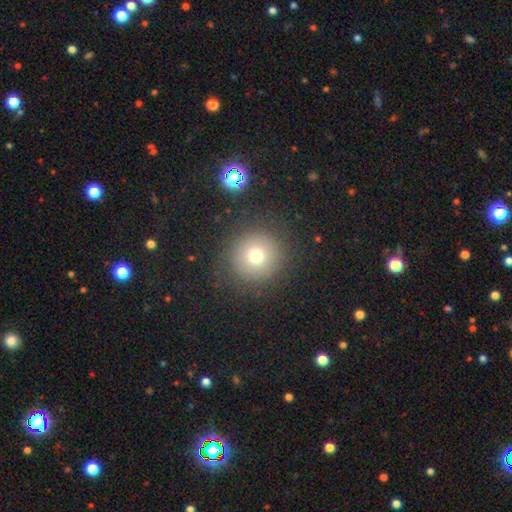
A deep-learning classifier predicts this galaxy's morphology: Smooth or featured: smooth — 71% (star or artifact — 16%)
How rounded: round — 95% (in between — 4%)
Merging: none — 86% (minor disturbance — 8%)